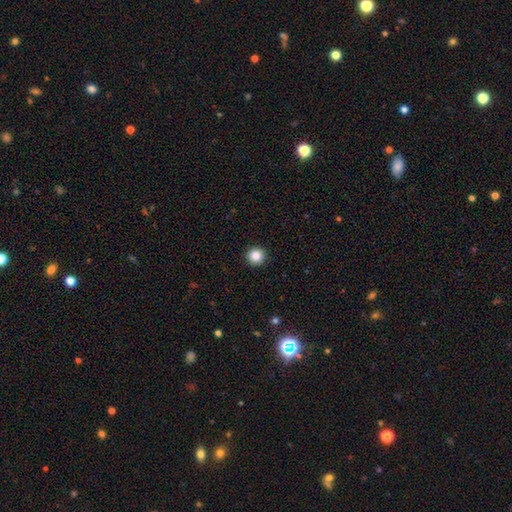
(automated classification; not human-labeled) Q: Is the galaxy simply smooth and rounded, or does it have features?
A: smooth — 86%.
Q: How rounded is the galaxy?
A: round — 96%.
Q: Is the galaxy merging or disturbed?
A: none — 93%.